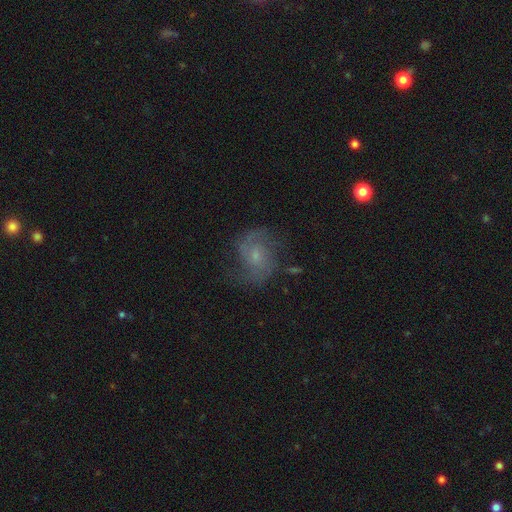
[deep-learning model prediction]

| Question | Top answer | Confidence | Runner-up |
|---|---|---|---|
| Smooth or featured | featured or disk | 70% | smooth (19%) |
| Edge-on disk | no | 98% | yes (2%) |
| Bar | no | 59% | weak (35%) |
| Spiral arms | yes | 90% | no (10%) |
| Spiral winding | medium | 49% | loose (30%) |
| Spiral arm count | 2 | 77% | can't tell (12%) |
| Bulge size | small | 60% | moderate (28%) |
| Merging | none | 64% | minor disturbance (20%) |